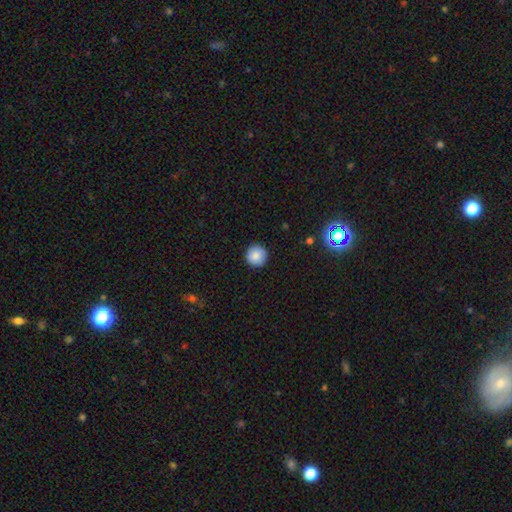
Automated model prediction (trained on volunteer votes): Morphology: type=smooth (86%); roundness=round (96%); merging=none (92%).